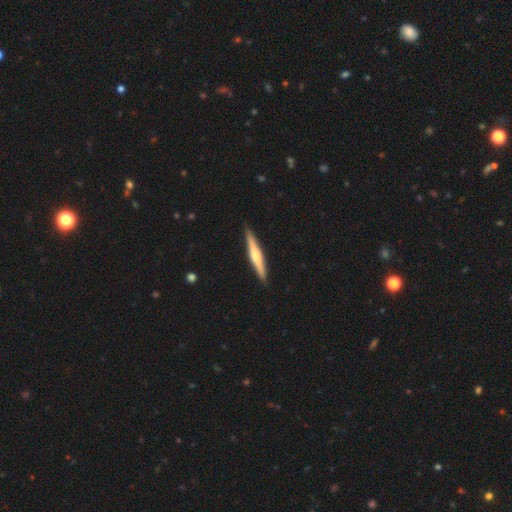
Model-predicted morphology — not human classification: Smooth or featured?
  - featured or disk: 55% *
  - smooth: 40%
  - star or artifact: 5%
Edge-on disk?
  - yes: 97% *
  - no: 3%
Edge-on bulge?
  - rounded: 75% *
  - none: 16%
  - boxy: 10%
Merging?
  - none: 91% *
  - minor disturbance: 7%
  - major disturbance: 1%
  - merger: 1%